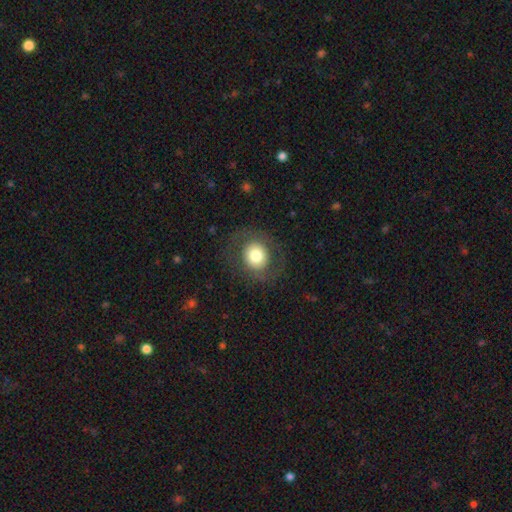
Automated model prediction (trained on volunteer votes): Smooth or featured? smooth (66%)
How rounded? round (80%)
Merging? none (80%)